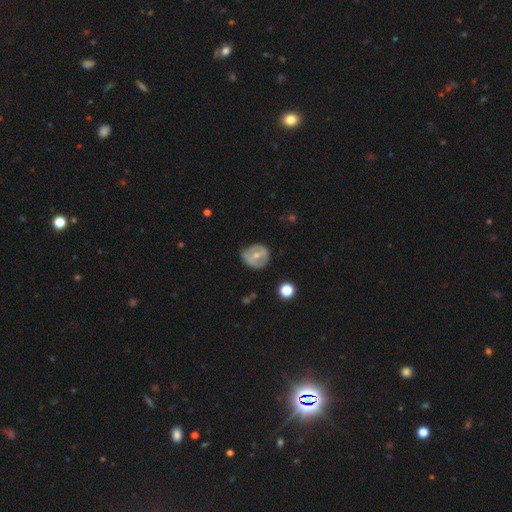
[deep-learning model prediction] smooth-or-featured: featured or disk: 49% | smooth: 44% | star or artifact: 7%
  merging: none: 70% | minor disturbance: 23% | major disturbance: 5% | merger: 2%